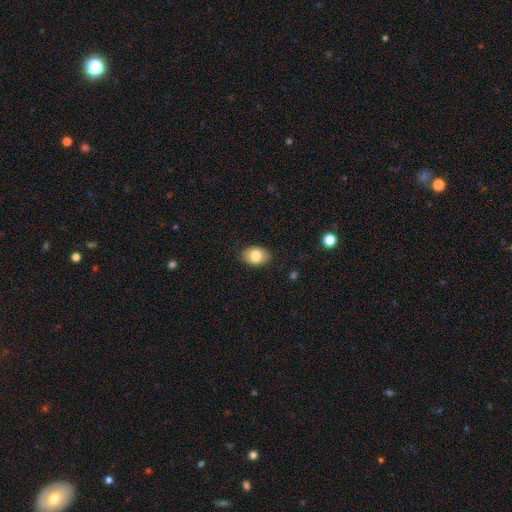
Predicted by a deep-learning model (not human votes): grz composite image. It shows a smooth galaxy with no disk features (81%) that is in between round and cigar-shaped (79%). Merging: none (86%).